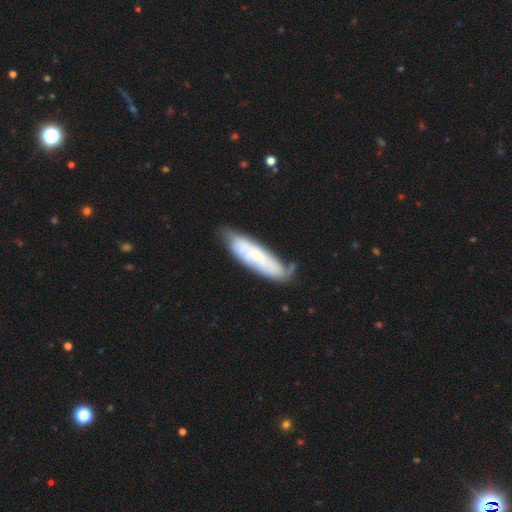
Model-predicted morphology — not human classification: smooth 48%, featured or disk 45%, star or artifact 7%. Down the decision tree: merging — none (62%).